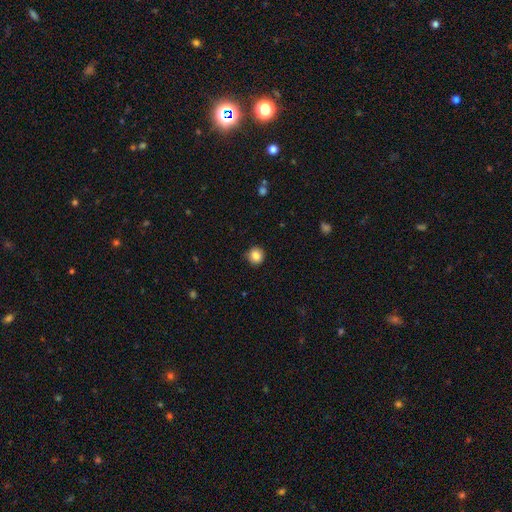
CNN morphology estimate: Smooth or featured? Predicted: smooth (p=0.84). How rounded? Predicted: round (p=0.92). Merging? Predicted: none (p=0.89).